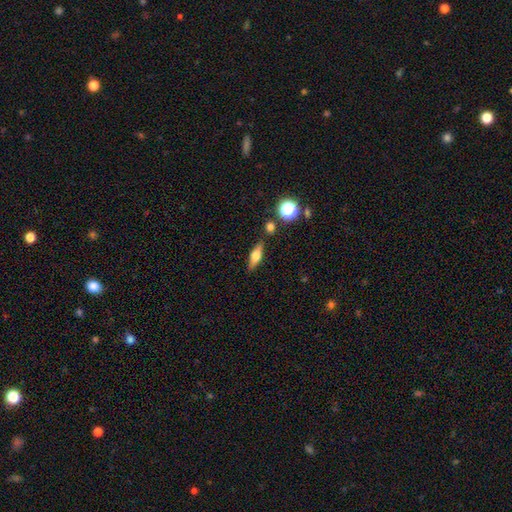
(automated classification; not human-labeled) smooth-or-featured: smooth: 48% | featured or disk: 43% | star or artifact: 9%
  merging: none: 82% | minor disturbance: 11% | merger: 4% | major disturbance: 3%